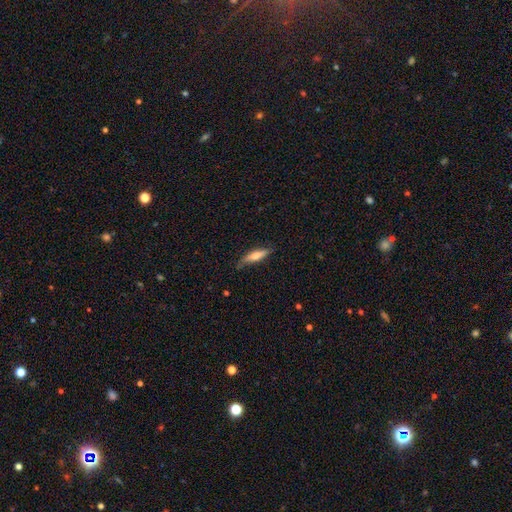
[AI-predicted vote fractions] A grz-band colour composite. It shows a smooth galaxy with no disk features (60%) that is cigar-shaped (73%). Merging: none (73%).